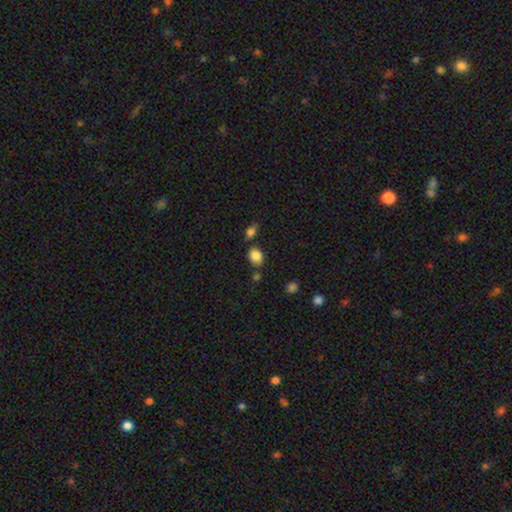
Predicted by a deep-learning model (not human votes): Smooth or featured? smooth (86%)
How rounded? in between (57%)
Merging? none (71%)